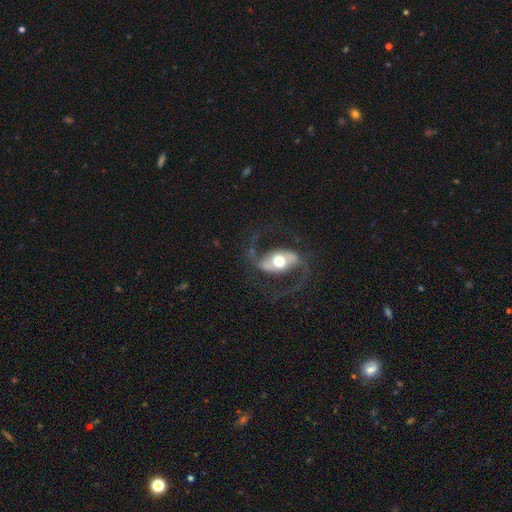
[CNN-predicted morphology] Q: Smooth or featured?
A: featured or disk (89%); runner-up: smooth (6%)
Q: Edge-on disk?
A: no (96%); runner-up: yes (4%)
Q: Bar?
A: strong (36%); runner-up: no (33%)
Q: Spiral arms?
A: yes (95%); runner-up: no (5%)
Q: Spiral winding?
A: medium (57%); runner-up: loose (31%)
Q: Spiral arm count?
A: 2 (94%); runner-up: can't tell (2%)
Q: Bulge size?
A: moderate (63%); runner-up: large (23%)
Q: Merging?
A: none (78%); runner-up: major disturbance (11%)